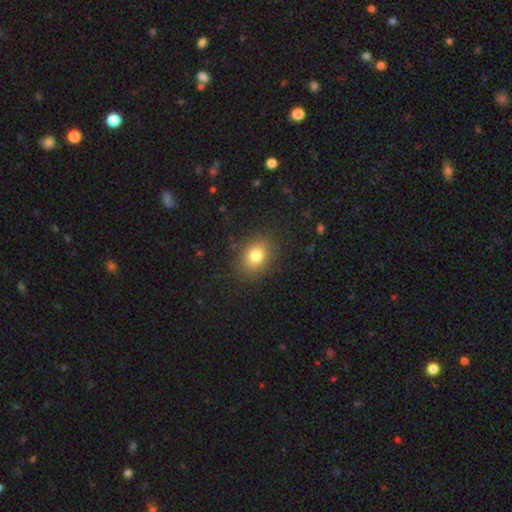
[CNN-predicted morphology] smooth 80%, star or artifact 12%, featured or disk 9%. Down the decision tree: how rounded — in between (51%); merging — none (86%).